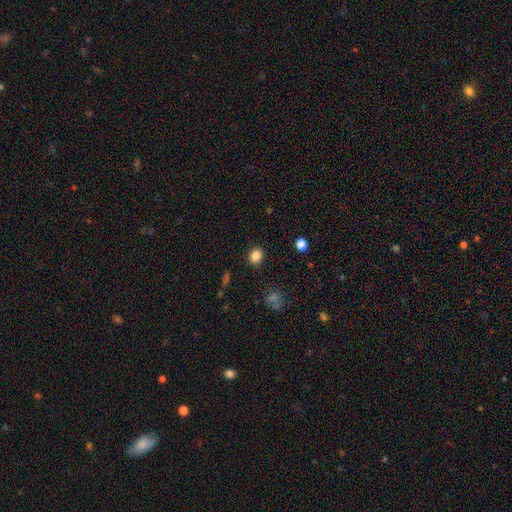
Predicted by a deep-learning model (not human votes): Smooth or featured? Predicted: smooth (p=0.85). How rounded? Predicted: round (p=0.59). Merging? Predicted: none (p=0.89).